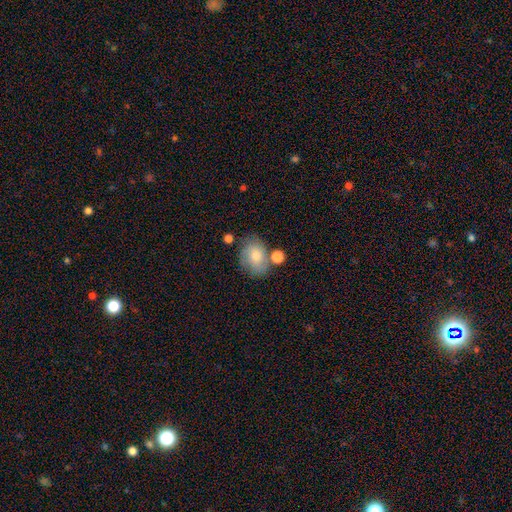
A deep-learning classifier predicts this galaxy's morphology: This appears to be a smooth galaxy with no disk features (65%) that is in between round and cigar-shaped (60%). Merging: none (62%).